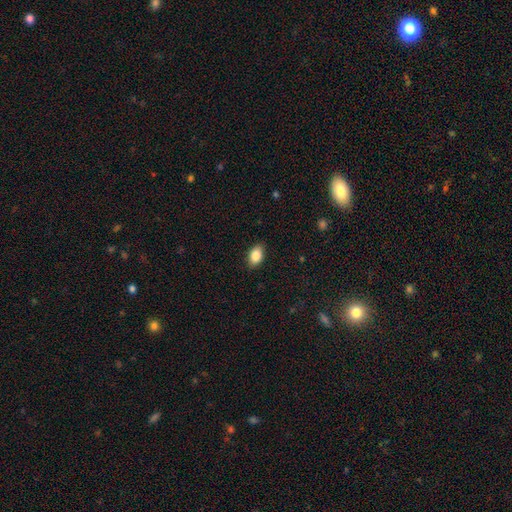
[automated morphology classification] smooth-or-featured: smooth: 86% | star or artifact: 8% | featured or disk: 7%
  how-rounded: in between: 89% | round: 9% | cigar-shaped: 2%
  merging: none: 87% | minor disturbance: 10% | major disturbance: 2% | merger: 1%